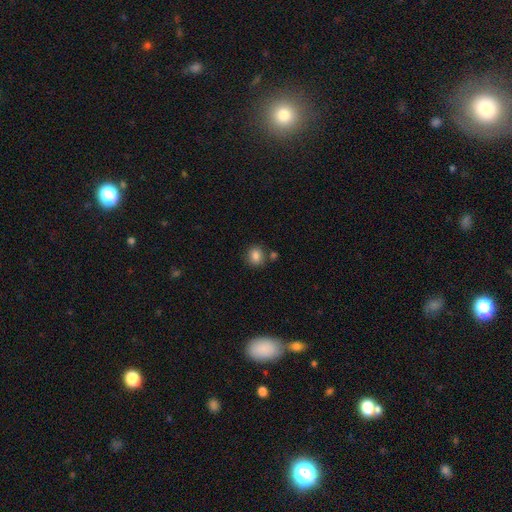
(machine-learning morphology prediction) Q: Smooth or featured?
A: smooth (84%); runner-up: star or artifact (10%)
Q: How rounded?
A: round (71%); runner-up: in between (28%)
Q: Merging?
A: none (77%); runner-up: merger (10%)